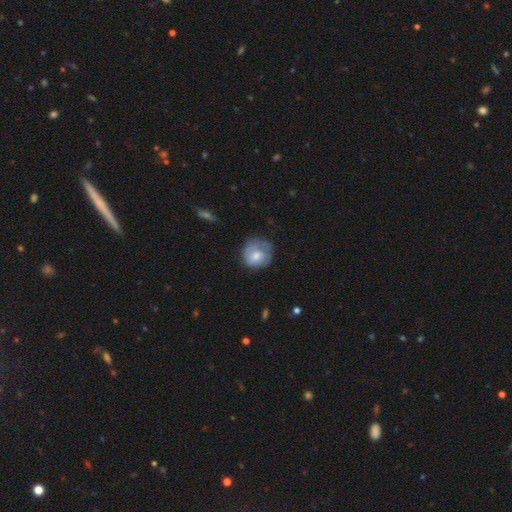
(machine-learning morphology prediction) smooth-or-featured: smooth: 57% | featured or disk: 36% | star or artifact: 7%
  how-rounded: round: 81% | in between: 18% | cigar-shaped: 1%
  merging: none: 56% | minor disturbance: 28% | major disturbance: 15% | merger: 2%